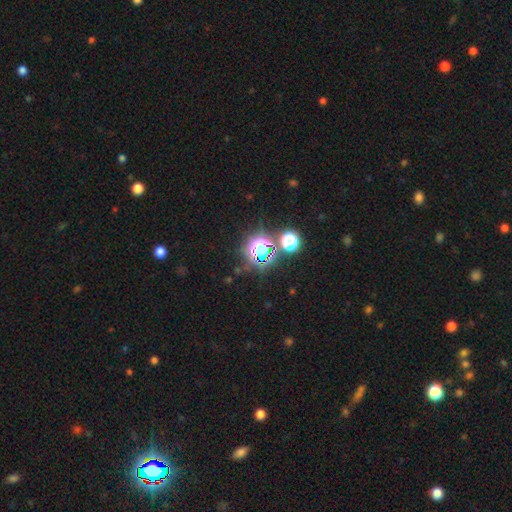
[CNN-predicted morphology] A star or artifact, not a galaxy (77%).